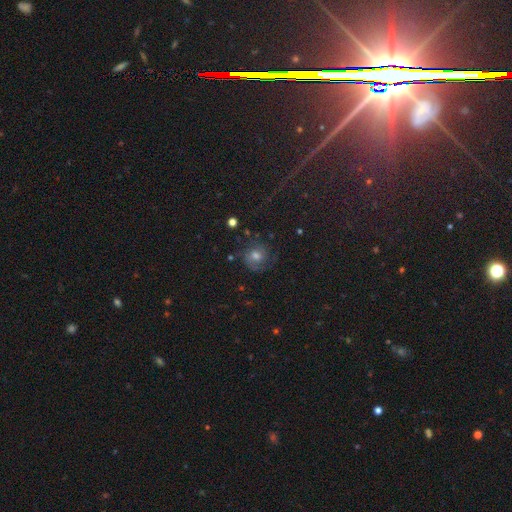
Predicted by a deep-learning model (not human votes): Smooth or featured: featured or disk — 49% (smooth — 28%)
Merging: none — 72% (minor disturbance — 16%)